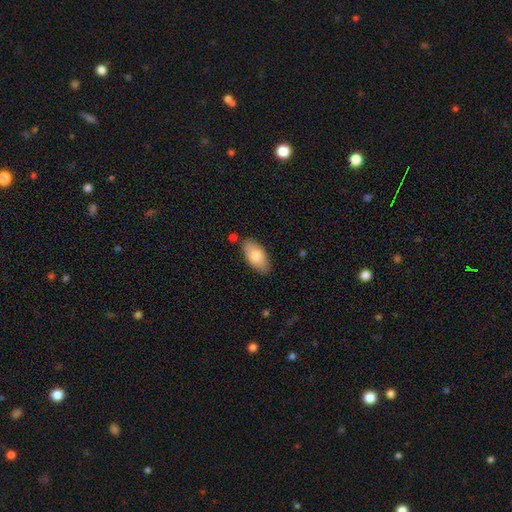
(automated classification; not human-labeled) Smooth or featured? smooth (77%)
How rounded? in between (93%)
Merging? none (82%)